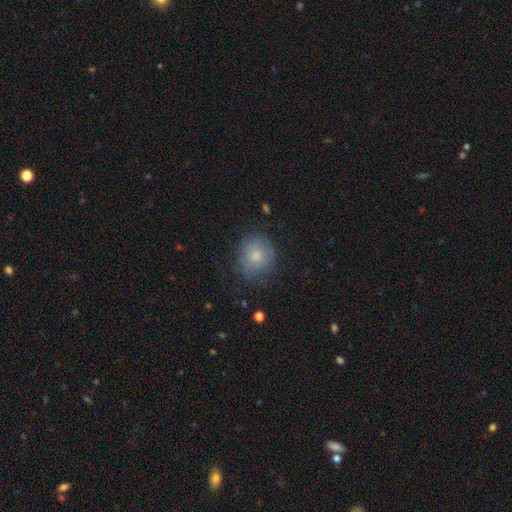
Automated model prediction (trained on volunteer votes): This is likely a smooth galaxy (73%). How rounded: likely round (79%). Merging: likely none (64%).